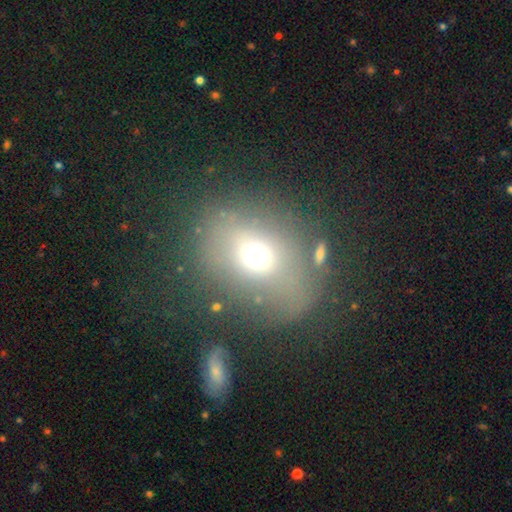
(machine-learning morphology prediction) Smooth or featured: smooth — 62% (featured or disk — 20%)
How rounded: round — 56% (in between — 43%)
Merging: none — 60% (minor disturbance — 18%)